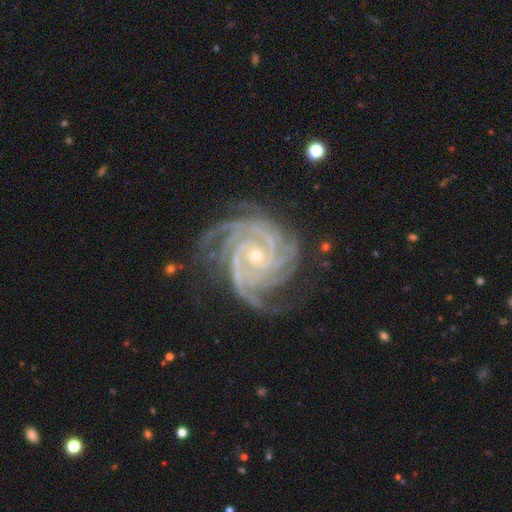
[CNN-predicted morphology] featured or disk 93%, star or artifact 4%, smooth 3%. Down the decision tree: edge-on disk — no (98%); bar — no (64%); spiral arms — yes (99%); spiral arm count — 4 (36%); spiral winding — tight (76%); bulge size — small (61%); merging — none (71%).